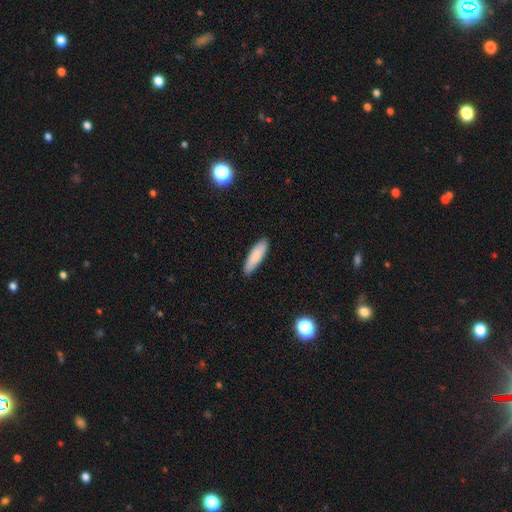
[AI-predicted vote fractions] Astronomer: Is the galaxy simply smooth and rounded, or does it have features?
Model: smooth — 85%.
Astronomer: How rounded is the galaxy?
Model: cigar-shaped — 58% (runner-up: in between, 40%).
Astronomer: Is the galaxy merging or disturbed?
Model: none — 87%.